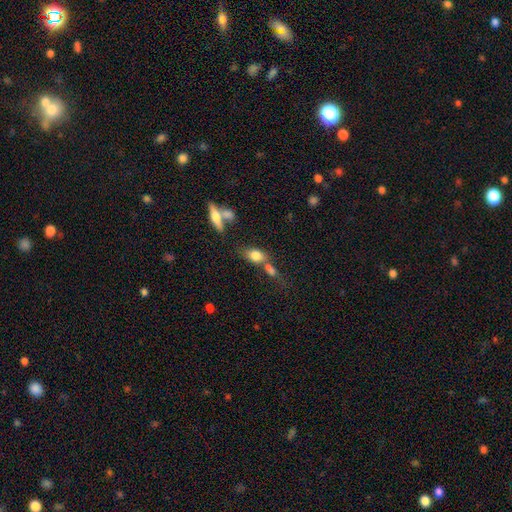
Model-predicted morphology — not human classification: This appears to be a smooth galaxy with no disk features (74%) that is in between round and cigar-shaped (78%). Merging: none (44%).